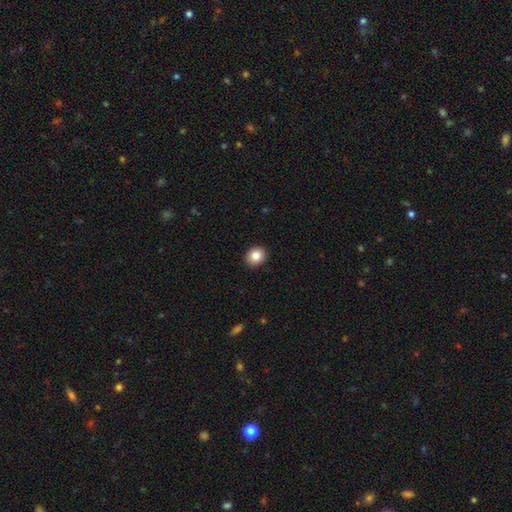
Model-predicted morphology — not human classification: smooth 85%, star or artifact 9%, featured or disk 6%. Down the decision tree: how rounded — round (73%); merging — none (92%).